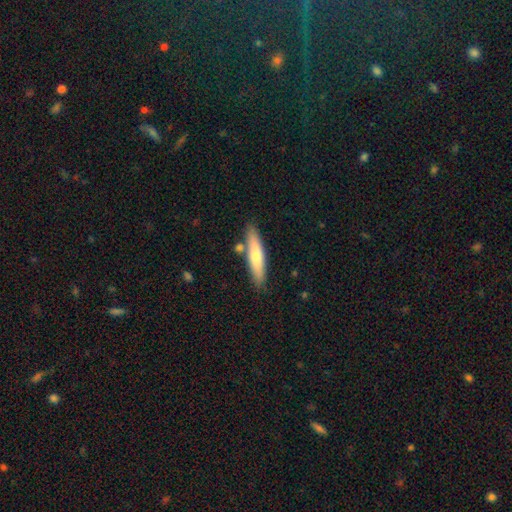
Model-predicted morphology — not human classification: This is likely a smooth galaxy (65%). How rounded: clearly cigar-shaped (85%). Merging: clearly none (83%).